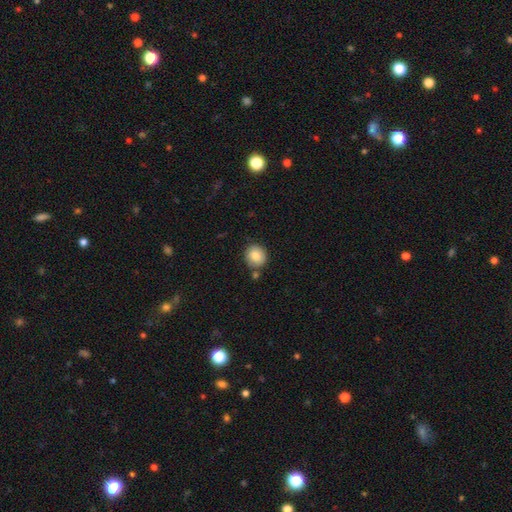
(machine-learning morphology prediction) A smooth galaxy with no disk features (84%) that is round (86%). Merging: none (78%).